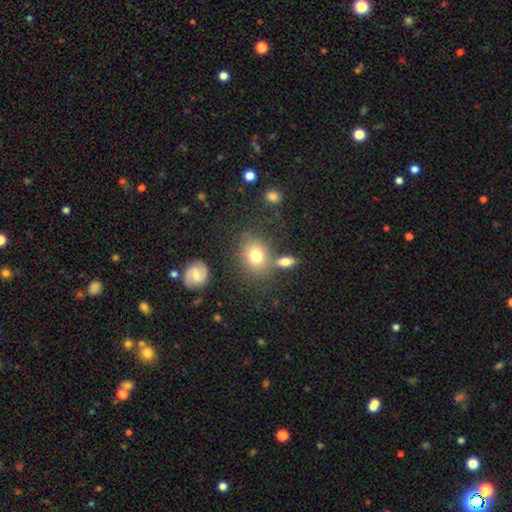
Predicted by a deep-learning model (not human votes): Q: Smooth or featured?
A: smooth (72%); runner-up: featured or disk (16%)
Q: How rounded?
A: round (54%); runner-up: in between (45%)
Q: Merging?
A: none (69%); runner-up: minor disturbance (14%)